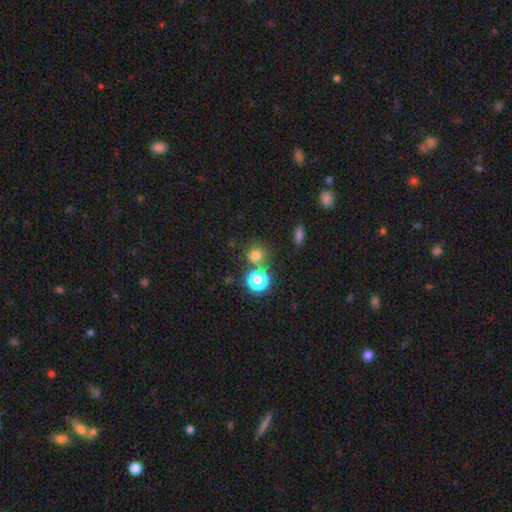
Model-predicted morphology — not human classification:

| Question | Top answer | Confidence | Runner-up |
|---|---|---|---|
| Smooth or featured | smooth | 73% | star or artifact (21%) |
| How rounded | round | 90% | in between (9%) |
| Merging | none | 75% | merger (14%) |